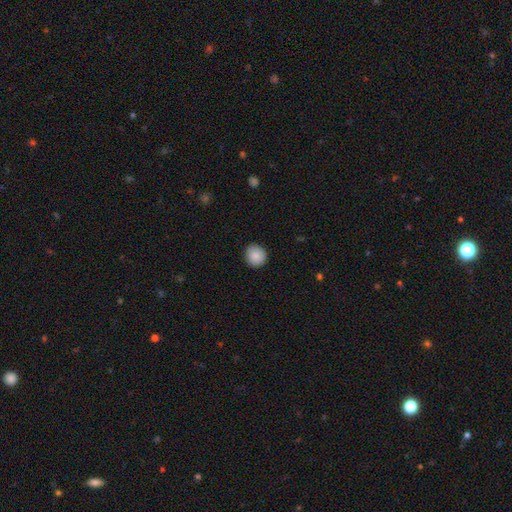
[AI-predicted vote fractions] Morphology: type=smooth (88%); roundness=round (91%); merging=none (91%).